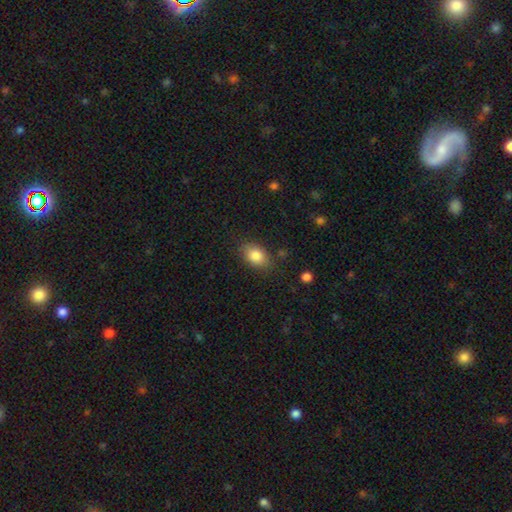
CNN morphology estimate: The model was most divided on "how rounded": in between: 82%, round: 17%, cigar-shaped: 1%. More confident: smooth or featured — smooth (84%); merging — none (80%).